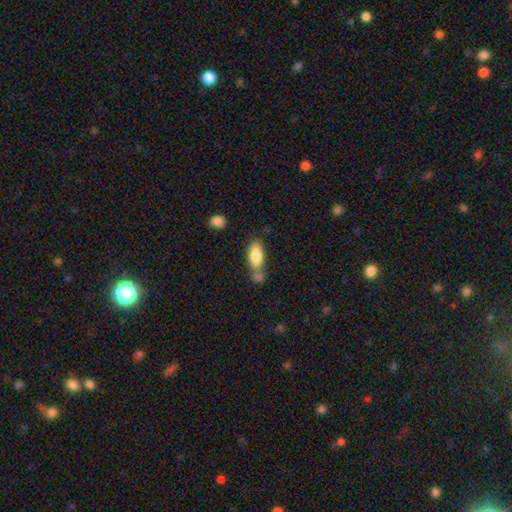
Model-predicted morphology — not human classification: Overall: smooth (80%). How rounded: in between (80%). Merging: none (46%; merger 31%).